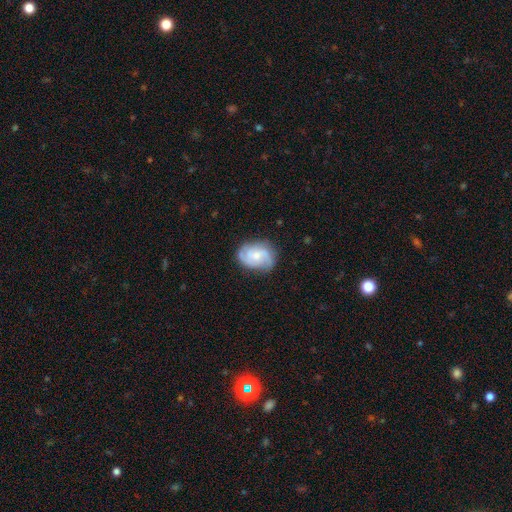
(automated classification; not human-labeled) Smooth or featured? Predicted: featured or disk (p=0.71). Edge-on disk? Predicted: no (p=0.97). Bar? Predicted: no (p=0.58). Spiral arms? Predicted: yes (p=0.93). Spiral winding? Predicted: medium (p=0.46). Spiral arm count? Predicted: 2 (p=0.50). Bulge size? Predicted: small (p=0.48). Merging? Predicted: none (p=0.72).